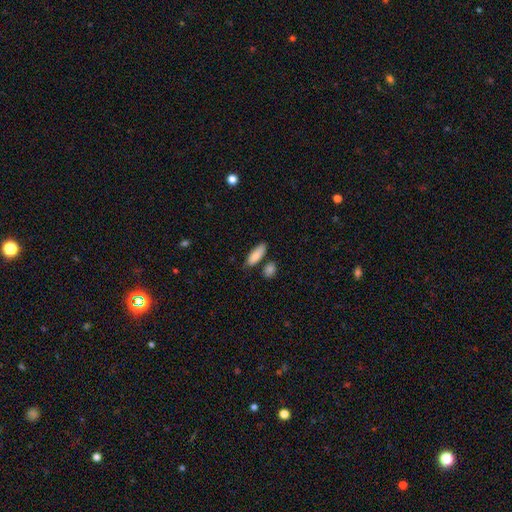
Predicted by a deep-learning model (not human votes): A smooth galaxy with no disk features (84%) that is in between round and cigar-shaped (63%).

Vote fractions:
- Smooth or featured? smooth: 84% / featured or disk: 10% / star or artifact: 6%
- How rounded? in between: 63% / cigar-shaped: 35% / round: 3%
- Merging? none: 71% / minor disturbance: 16% / merger: 9% / major disturbance: 3%